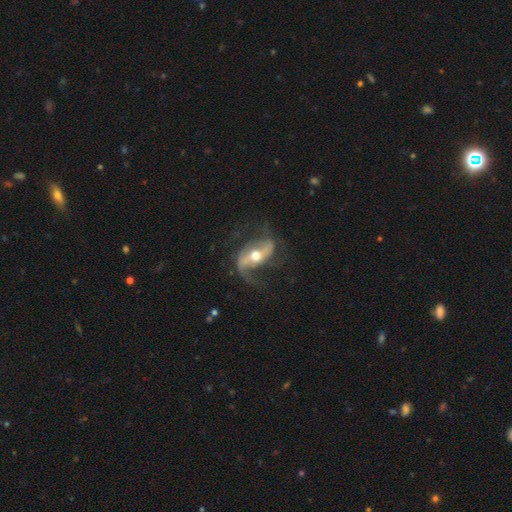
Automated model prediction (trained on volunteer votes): The model was most divided on "bar": strong: 38%, weak: 34%, no: 27%. More confident: edge-on disk — no (95%); spiral arms — yes (95%); smooth or featured — featured or disk (86%); spiral arm count — 2 (86%); bulge size — moderate (74%); merging — none (63%); spiral winding — loose (53%).